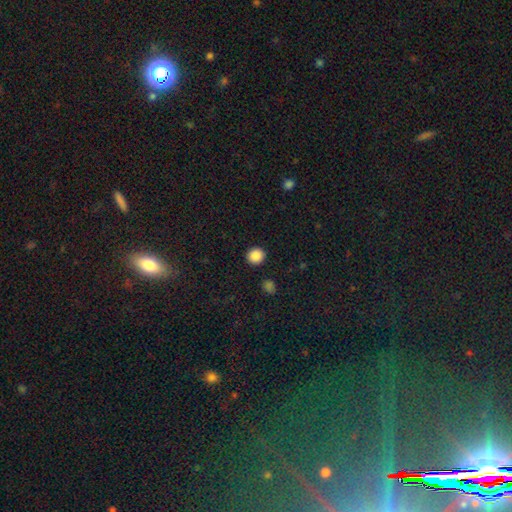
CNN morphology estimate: smooth-or-featured: smooth: 88% | star or artifact: 9% | featured or disk: 3%
  how-rounded: round: 91% | in between: 8% | cigar-shaped: 1%
  merging: none: 92% | minor disturbance: 5% | major disturbance: 2% | merger: 2%